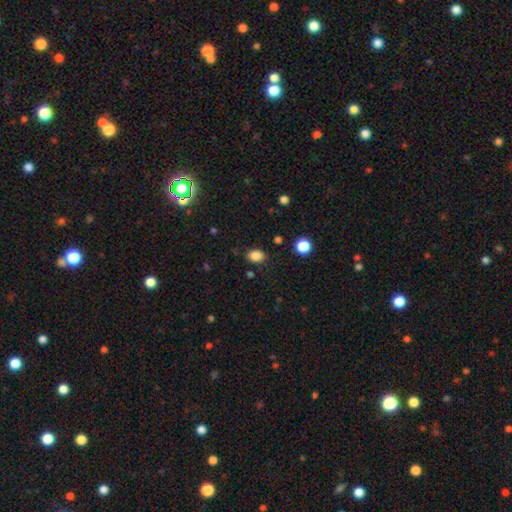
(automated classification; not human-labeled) This is clearly a smooth galaxy (85%). How rounded: likely in between (67%). Merging: clearly none (84%).